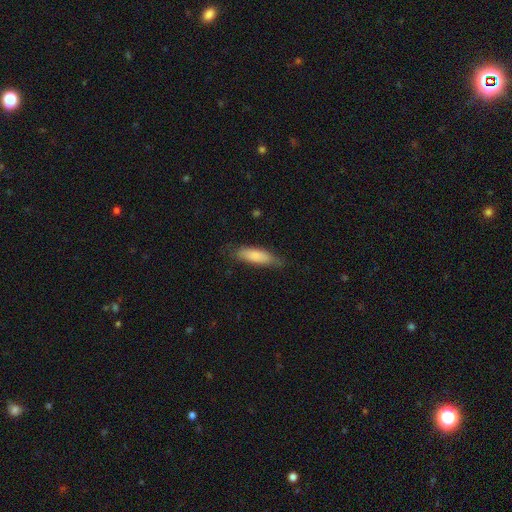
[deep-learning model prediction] A smooth galaxy with no disk features (83%) that is cigar-shaped (54%).

Vote fractions:
- Smooth or featured? smooth: 83% / featured or disk: 11% / star or artifact: 6%
- How rounded? cigar-shaped: 54% / in between: 45% / round: 2%
- Merging? none: 75% / minor disturbance: 20% / major disturbance: 4% / merger: 1%